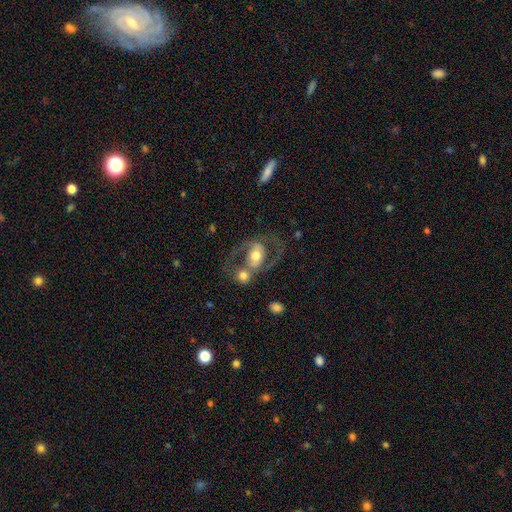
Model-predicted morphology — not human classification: A featured or disk galaxy (70%) with no bar (44%), 2 (86%) medium (54%) spiral arms (76%) and a moderate central bulge (65%).

Vote fractions:
- Smooth or featured? featured or disk: 70% / smooth: 23% / star or artifact: 7%
- Edge-on disk? no: 96% / yes: 4%
- Bar? no: 44% / weak: 33% / strong: 22%
- Spiral arms? yes: 76% / no: 24%
- Spiral winding? medium: 54% / loose: 31% / tight: 15%
- Spiral arm count? 2: 86% / can't tell: 6% / 1: 5% / 3: 1% / more than 4: 1% / 4: 1%
- Bulge size? moderate: 65% / large: 19% / small: 12% / dominant: 2% / none: 2%
- Merging? none: 41% / merger: 33% / major disturbance: 13% / minor disturbance: 13%